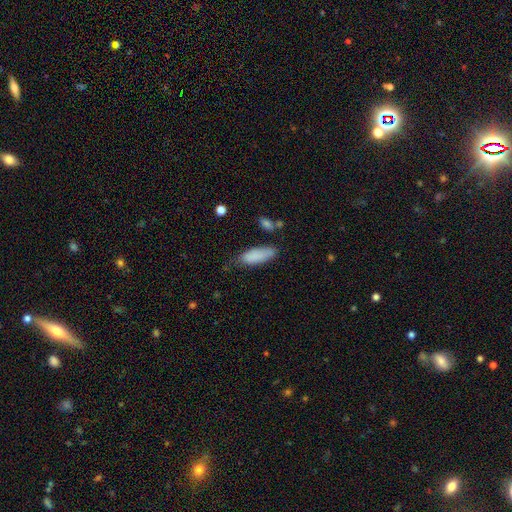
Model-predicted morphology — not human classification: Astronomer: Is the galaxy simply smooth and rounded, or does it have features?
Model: smooth — 86%.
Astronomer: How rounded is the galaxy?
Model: in between — 66%.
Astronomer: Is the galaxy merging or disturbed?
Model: none — 57%.